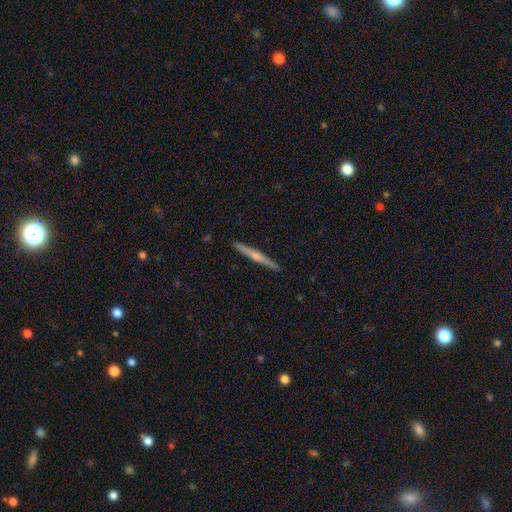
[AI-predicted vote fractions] A featured or disk galaxy (67%) viewed edge-on (98%) with a rounded central bulge (79%). Merging: none (92%).